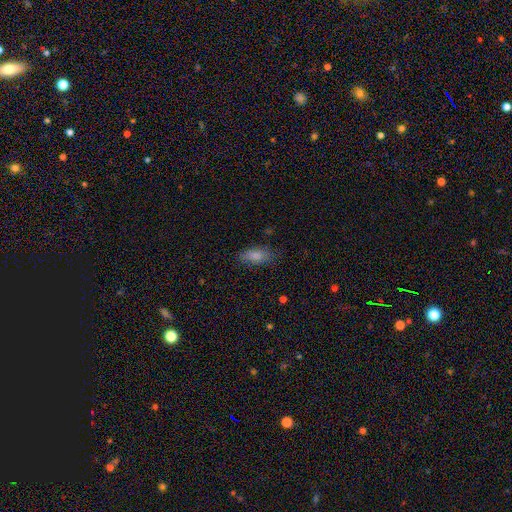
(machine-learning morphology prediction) smooth 82%, featured or disk 9%, star or artifact 8%. Down the decision tree: how rounded — in between (82%); merging — none (75%).